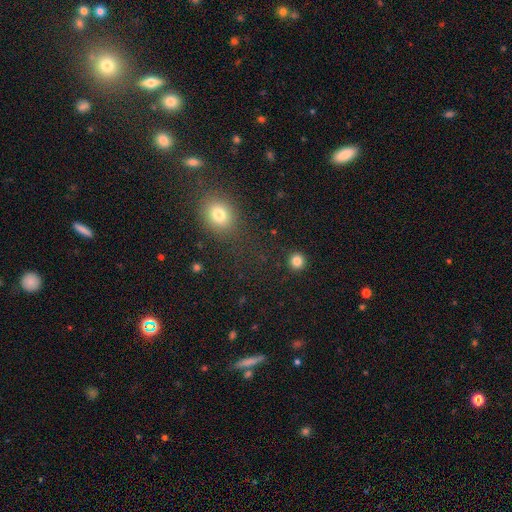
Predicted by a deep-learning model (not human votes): The model was most divided on "smooth or featured": smooth: 61%, star or artifact: 33%, featured or disk: 7%. More confident: merging — none (79%); how rounded — round (72%).